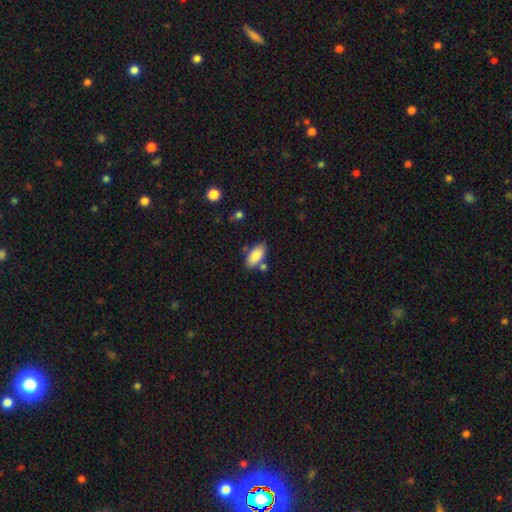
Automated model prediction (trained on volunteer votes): Morphology: type=smooth (86%); roundness=in between (91%); merging=none (72%).